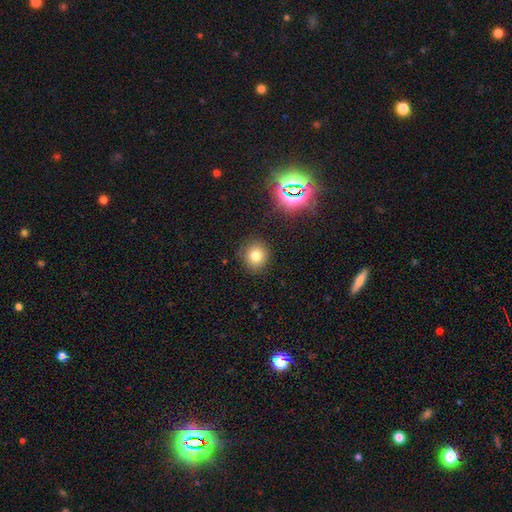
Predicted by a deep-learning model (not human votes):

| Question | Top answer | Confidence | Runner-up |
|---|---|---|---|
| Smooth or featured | smooth | 77% | star or artifact (16%) |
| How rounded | round | 85% | in between (14%) |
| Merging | none | 87% | minor disturbance (9%) |